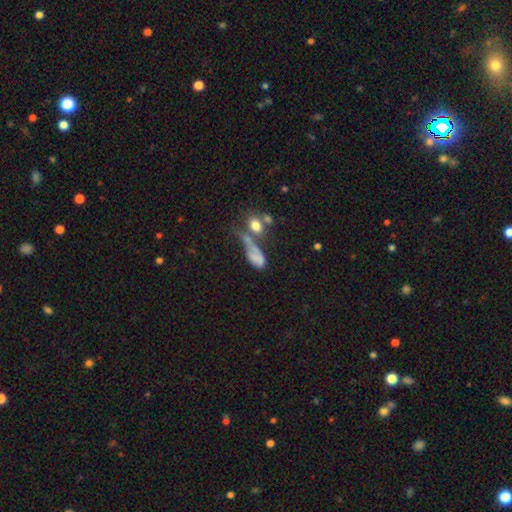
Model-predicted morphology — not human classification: Smooth or featured? smooth (56%)
How rounded? in between (76%)
Merging? merger (37%)